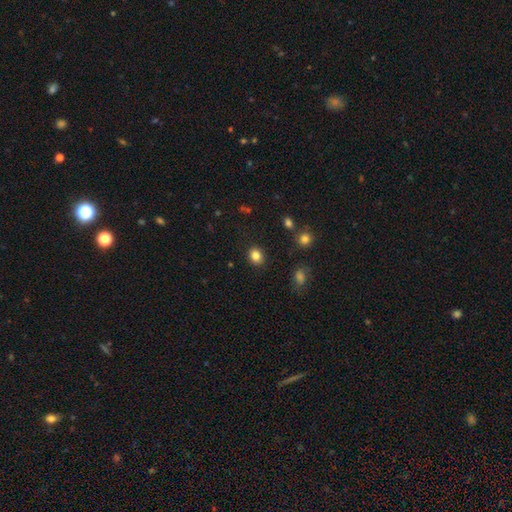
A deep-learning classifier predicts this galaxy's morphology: Smooth or featured?
  - smooth: 83% *
  - star or artifact: 11%
  - featured or disk: 6%
How rounded?
  - round: 64% *
  - in between: 35%
  - cigar-shaped: 1%
Merging?
  - none: 88% *
  - minor disturbance: 8%
  - major disturbance: 3%
  - merger: 2%